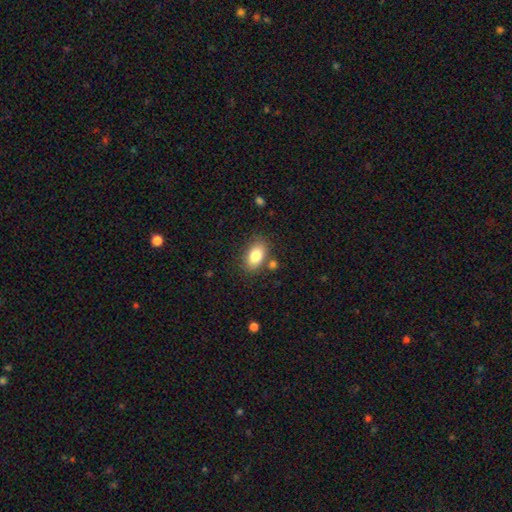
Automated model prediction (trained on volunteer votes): A smooth galaxy with no disk features (83%) that is in between round and cigar-shaped (90%). Merging: none (77%).